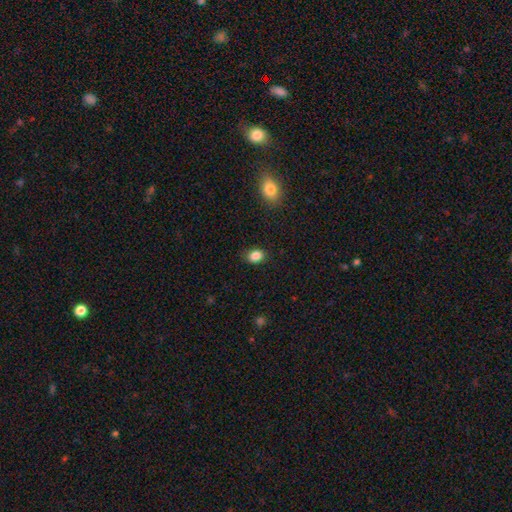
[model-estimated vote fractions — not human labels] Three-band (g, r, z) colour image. It shows a smooth galaxy with no disk features (86%) that is in between round and cigar-shaped (64%). Merging: none (85%).